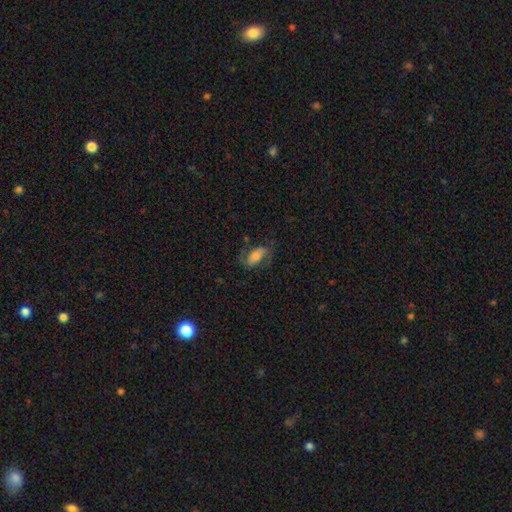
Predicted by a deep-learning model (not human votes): Smooth or featured?
  - featured or disk: 47% *
  - smooth: 45%
  - star or artifact: 9%
Merging?
  - none: 65% *
  - minor disturbance: 19%
  - major disturbance: 14%
  - merger: 2%